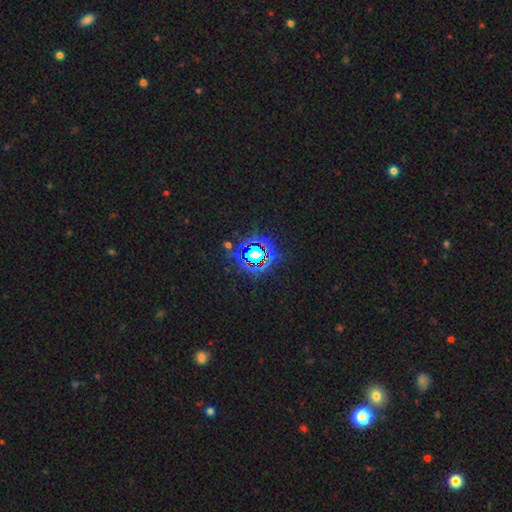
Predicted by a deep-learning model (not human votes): This appears to be a star or artifact, not a galaxy (81%).